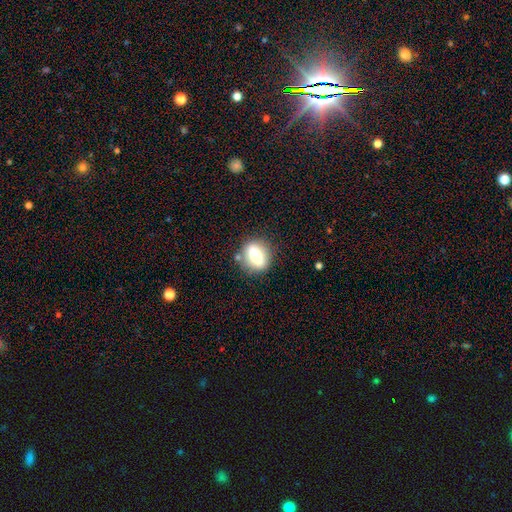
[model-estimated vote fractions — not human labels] Smooth or featured? smooth (62%)
How rounded? round (48%)
Merging? none (81%)